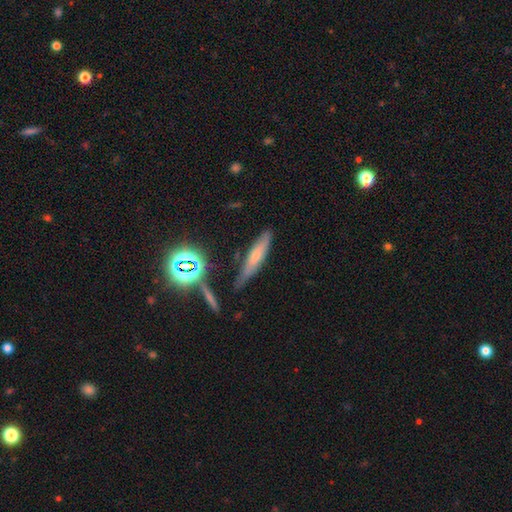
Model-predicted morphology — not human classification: smooth_or_featured: smooth (p=0.52) [alt: featured or disk p=0.31]
how_rounded: cigar-shaped (p=0.80) [alt: in between p=0.16]
merging: none (p=0.73) [alt: minor disturbance p=0.17]